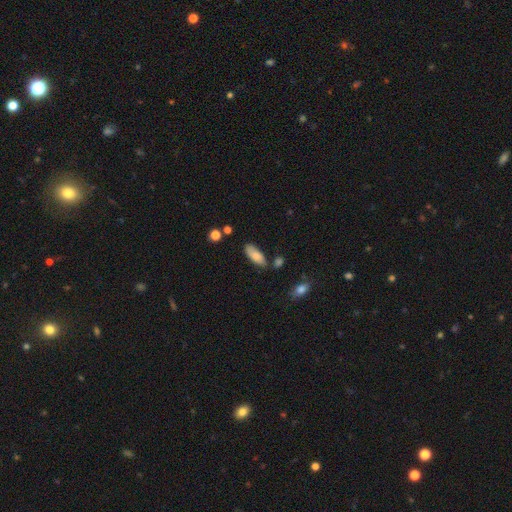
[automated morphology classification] Smooth or featured: smooth — 80% (featured or disk — 13%)
How rounded: in between — 79% (cigar-shaped — 19%)
Merging: none — 70% (minor disturbance — 20%)